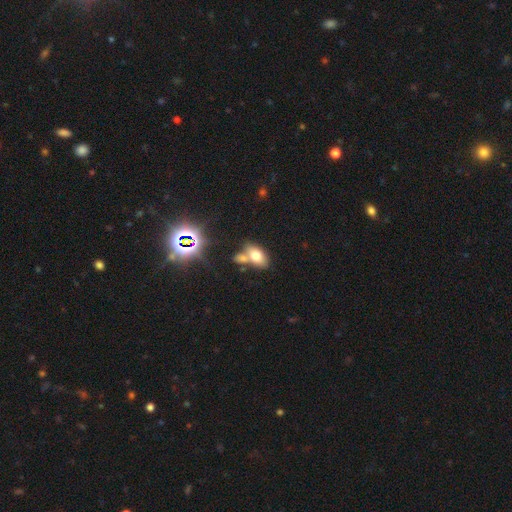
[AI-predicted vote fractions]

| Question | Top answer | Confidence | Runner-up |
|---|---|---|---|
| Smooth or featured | smooth | 69% | featured or disk (17%) |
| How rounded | in between | 88% | round (9%) |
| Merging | none | 43% | merger (40%) |